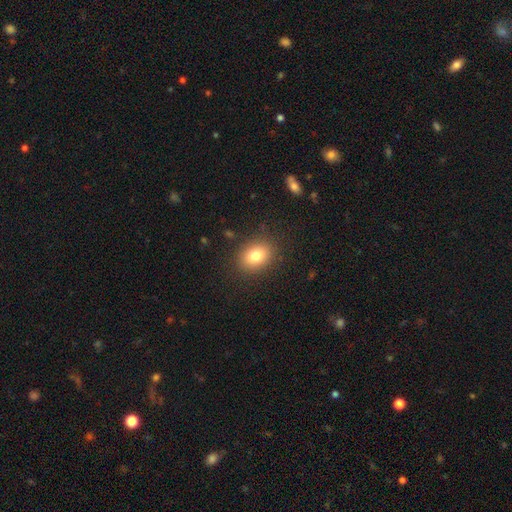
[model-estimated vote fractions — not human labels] Smooth or featured? smooth (80%)
How rounded? in between (65%)
Merging? none (87%)